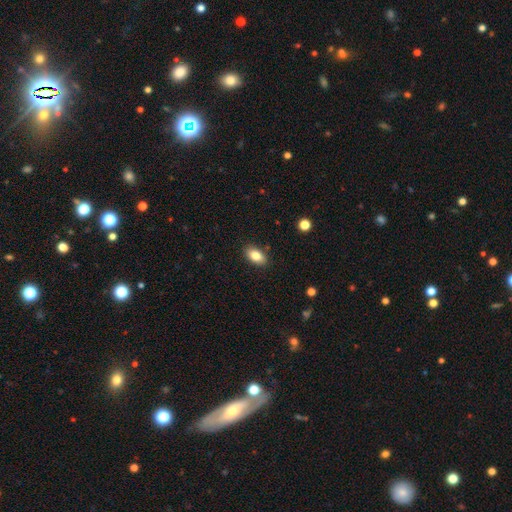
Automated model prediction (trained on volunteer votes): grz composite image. It shows a smooth galaxy with no disk features (84%) that is in between round and cigar-shaped (91%). Merging: none (88%).